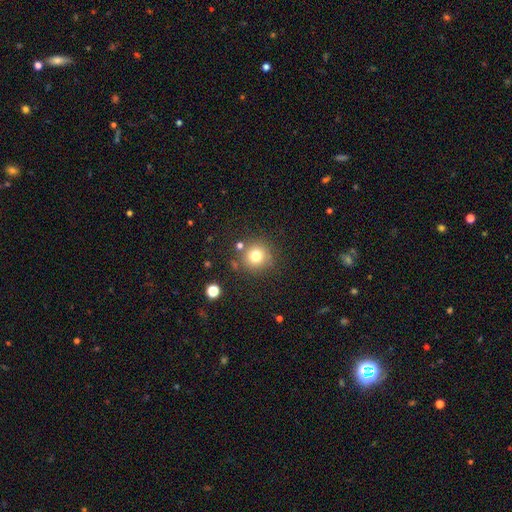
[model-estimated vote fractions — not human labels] Smooth or featured: smooth — 76% (star or artifact — 14%)
How rounded: round — 94% (in between — 5%)
Merging: none — 81% (minor disturbance — 9%)